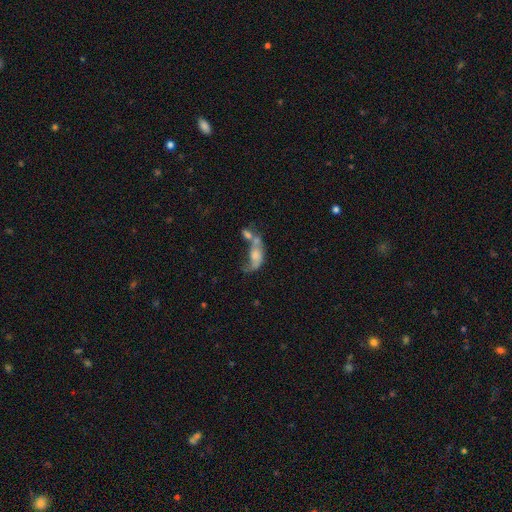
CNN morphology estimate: The model was most divided on "smooth or featured": smooth: 47%, featured or disk: 42%, star or artifact: 11%. More confident: merging — merger (54%).